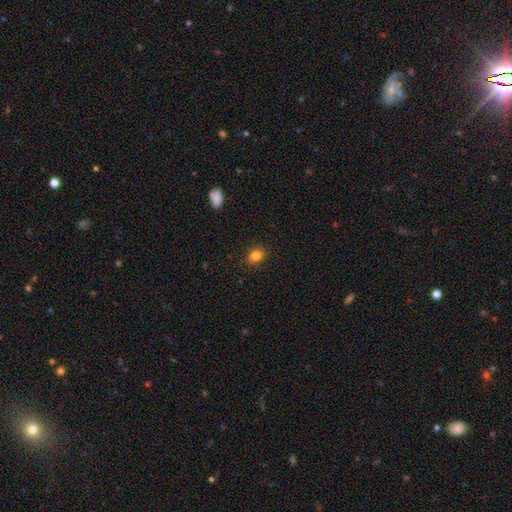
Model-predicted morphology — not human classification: smooth-or-featured: smooth: 83% | star or artifact: 11% | featured or disk: 5%
  how-rounded: round: 50% | in between: 49% | cigar-shaped: 1%
  merging: none: 88% | minor disturbance: 9% | major disturbance: 2% | merger: 1%